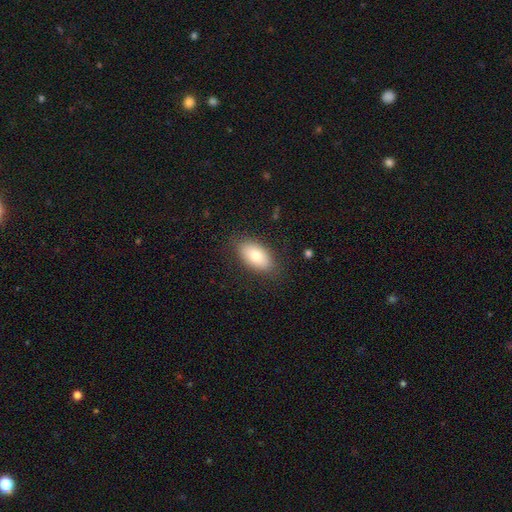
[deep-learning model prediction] Smooth or featured?
  - smooth: 79% *
  - featured or disk: 14%
  - star or artifact: 7%
How rounded?
  - in between: 93% *
  - round: 4%
  - cigar-shaped: 3%
Merging?
  - none: 83% *
  - minor disturbance: 12%
  - major disturbance: 3%
  - merger: 1%